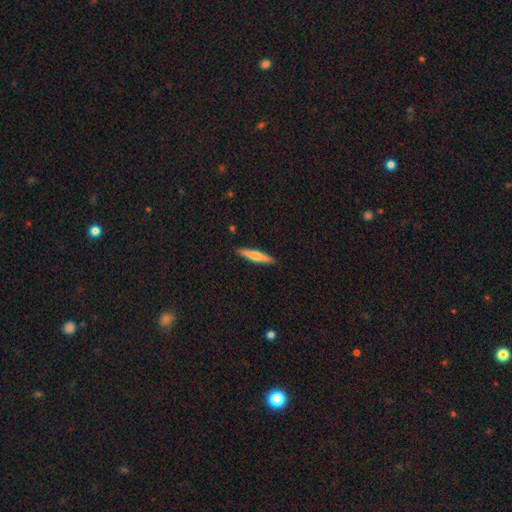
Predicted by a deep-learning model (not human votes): This is possibly a smooth galaxy (53%). How rounded: clearly cigar-shaped (88%). Merging: clearly none (91%).